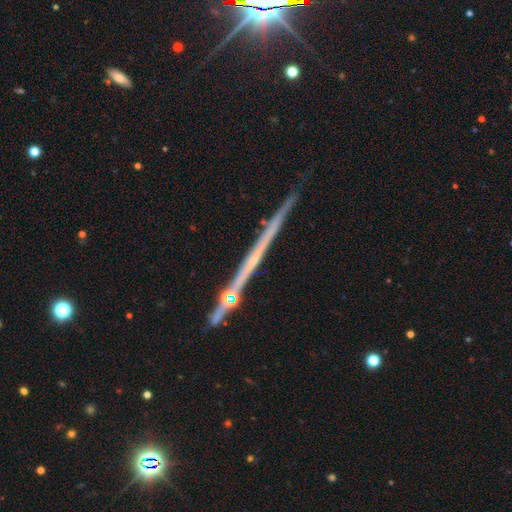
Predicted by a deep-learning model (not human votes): A featured or disk galaxy (66%) viewed edge-on (96%) with no central bulge (78%).

Vote fractions:
- Smooth or featured? featured or disk: 66% / smooth: 19% / star or artifact: 15%
- Edge-on disk? yes: 96% / no: 4%
- Edge-on bulge? none: 78% / rounded: 16% / boxy: 6%
- Merging? none: 78% / minor disturbance: 10% / merger: 8% / major disturbance: 3%